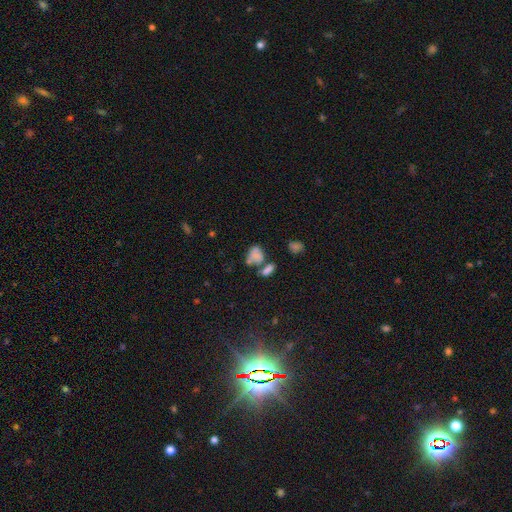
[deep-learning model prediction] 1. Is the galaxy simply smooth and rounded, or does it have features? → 69% smooth, 17% featured or disk, 14% star or artifact.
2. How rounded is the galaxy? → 72% in between, 26% round, 3% cigar-shaped.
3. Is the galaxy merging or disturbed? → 42% merger, 28% none, 17% minor disturbance, 13% major disturbance.